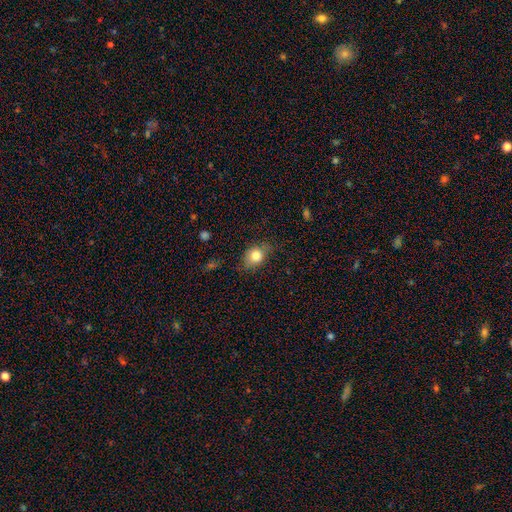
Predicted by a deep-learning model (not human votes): The model was most divided on "how rounded": in between: 56%, round: 42%, cigar-shaped: 2%. More confident: smooth or featured — smooth (78%); merging — none (72%).